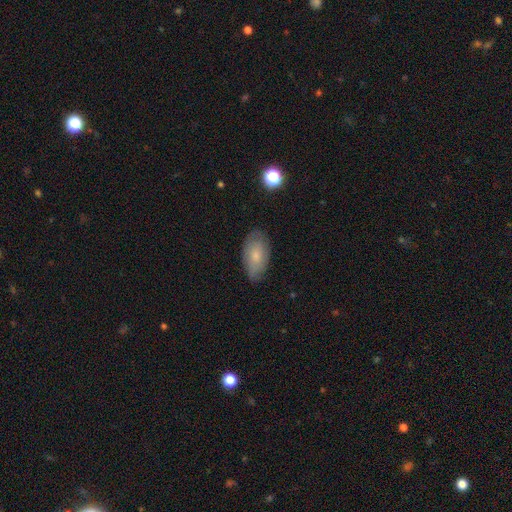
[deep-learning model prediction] A smooth galaxy with no disk features (67%) that is in between round and cigar-shaped (93%).

Vote fractions:
- Smooth or featured? smooth: 67% / featured or disk: 25% / star or artifact: 7%
- How rounded? in between: 93% / round: 4% / cigar-shaped: 3%
- Merging? none: 75% / minor disturbance: 20% / major disturbance: 4% / merger: 1%